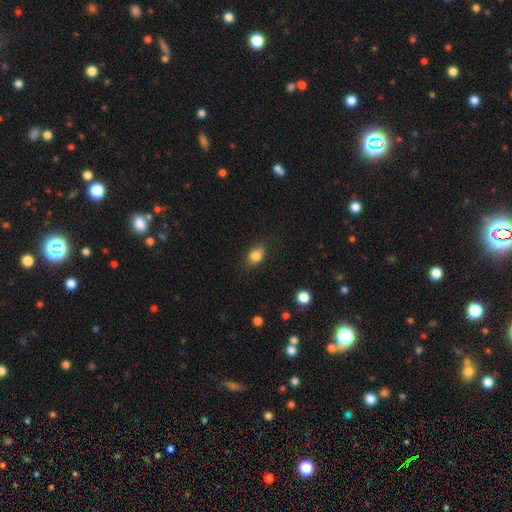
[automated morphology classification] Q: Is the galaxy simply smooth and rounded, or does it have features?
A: smooth — 83%.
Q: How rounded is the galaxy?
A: in between — 75%.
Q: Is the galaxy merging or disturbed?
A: none — 77%.